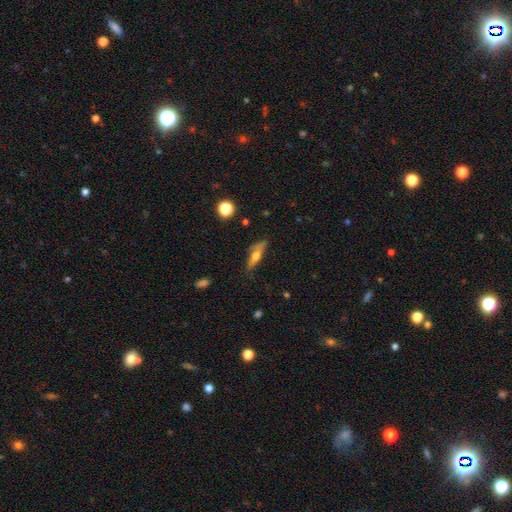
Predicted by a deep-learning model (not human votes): A smooth galaxy with no disk features (53%) that is cigar-shaped (63%). Merging: none (66%).